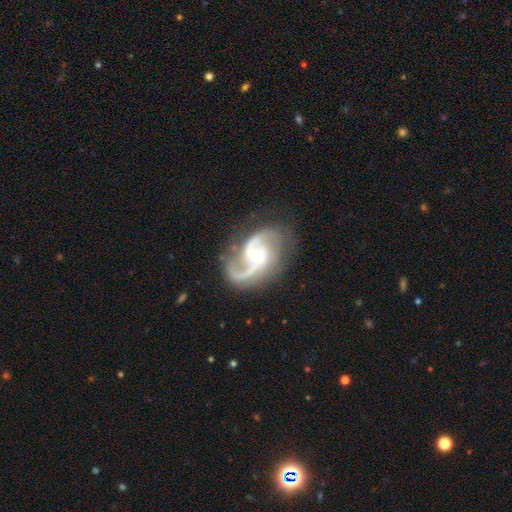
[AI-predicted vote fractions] Smooth or featured: featured or disk — 92% (star or artifact — 5%)
Edge-on disk: no — 98% (yes — 2%)
Bar: weak — 43% (no — 42%)
Spiral arms: yes — 98% (no — 2%)
Spiral winding: medium — 54% (loose — 34%)
Spiral arm count: 2 — 88% (1 — 4%)
Bulge size: small — 58% (moderate — 37%)
Merging: none — 70% (minor disturbance — 17%)